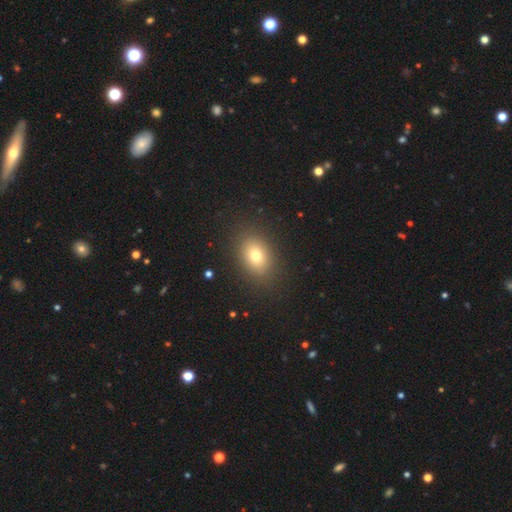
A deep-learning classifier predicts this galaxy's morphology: type=smooth (75%); roundness=in between (72%); merging=none (87%).